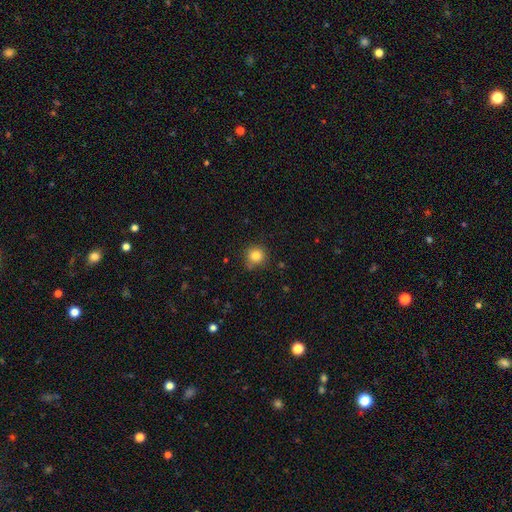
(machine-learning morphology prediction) A smooth galaxy with no disk features (82%) that is round (92%). Merging: none (80%).